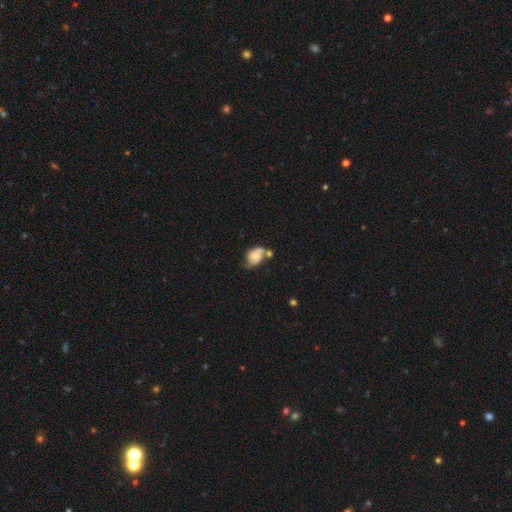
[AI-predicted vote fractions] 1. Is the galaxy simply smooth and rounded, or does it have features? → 58% smooth, 32% featured or disk, 9% star or artifact.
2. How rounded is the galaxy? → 78% in between, 20% round, 1% cigar-shaped.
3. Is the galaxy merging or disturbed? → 31% none, 29% merger, 27% minor disturbance, 14% major disturbance.